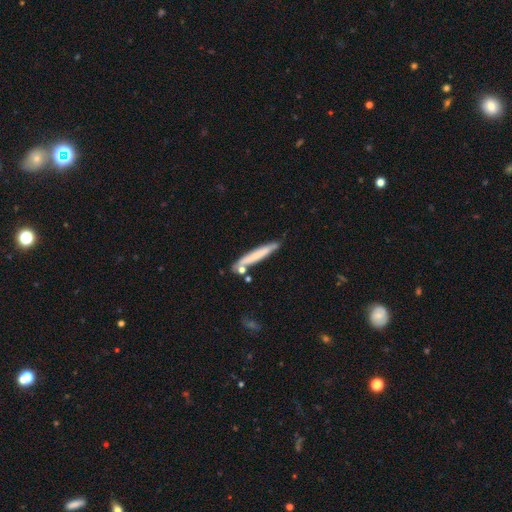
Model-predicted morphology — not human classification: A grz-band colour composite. It shows a smooth galaxy with no disk features (62%) that is cigar-shaped (94%). Merging: none (69%).